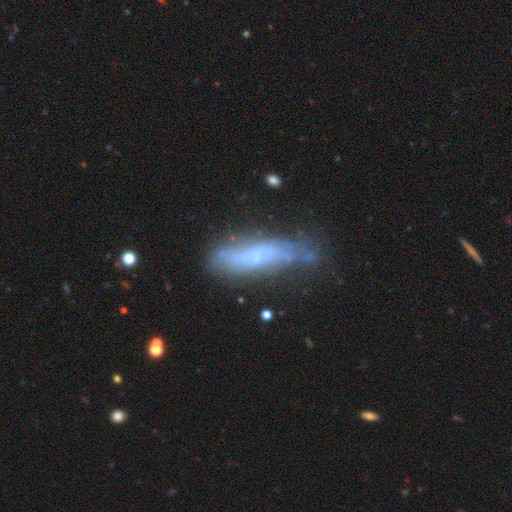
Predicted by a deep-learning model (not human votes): Smooth or featured? featured or disk (55%)
Edge-on disk? no (54%)
Merging? none (49%)